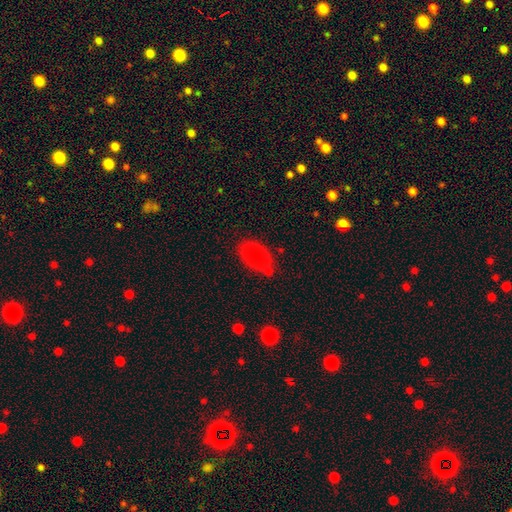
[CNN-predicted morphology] Smooth or featured? Predicted: smooth (p=0.84). How rounded? Predicted: in between (p=0.91). Merging? Predicted: none (p=0.71).